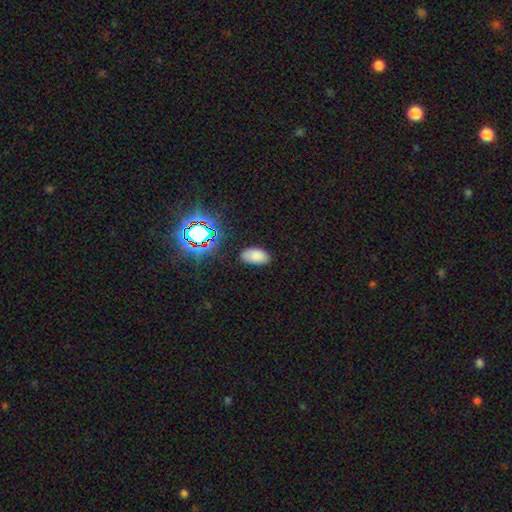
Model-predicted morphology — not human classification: type=smooth (79%); roundness=in between (95%); merging=none (81%).